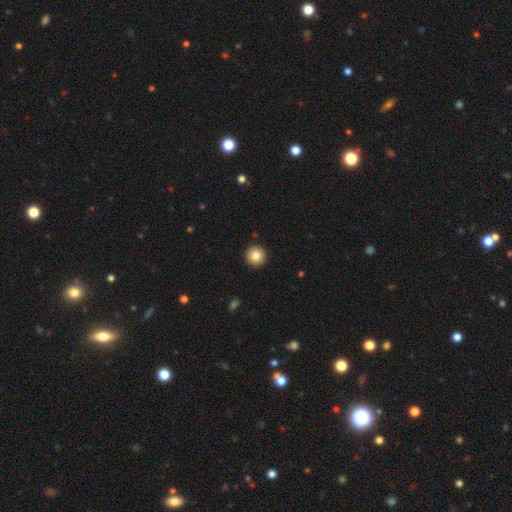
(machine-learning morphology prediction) type=smooth (84%); roundness=round (96%); merging=none (93%).